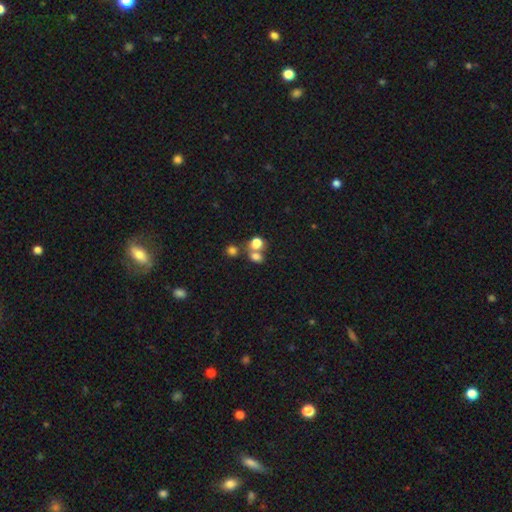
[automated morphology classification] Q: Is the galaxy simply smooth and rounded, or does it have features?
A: smooth — 73%.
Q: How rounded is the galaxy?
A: in between — 51%.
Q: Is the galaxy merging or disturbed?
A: merger — 47%.